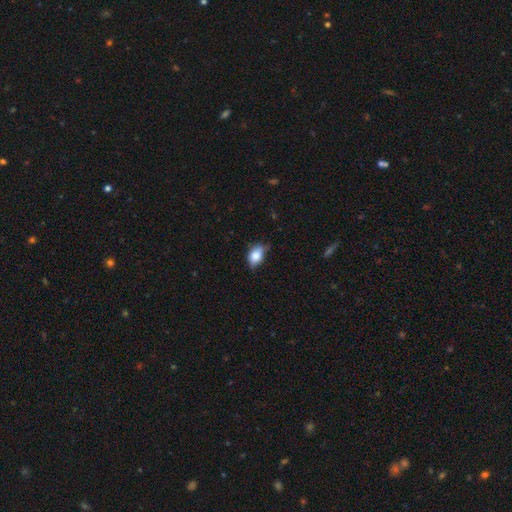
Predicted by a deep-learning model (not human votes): Smooth or featured?
  - smooth: 77% *
  - featured or disk: 14%
  - star or artifact: 8%
How rounded?
  - in between: 83% *
  - round: 14%
  - cigar-shaped: 3%
Merging?
  - none: 56% *
  - minor disturbance: 35%
  - major disturbance: 7%
  - merger: 2%